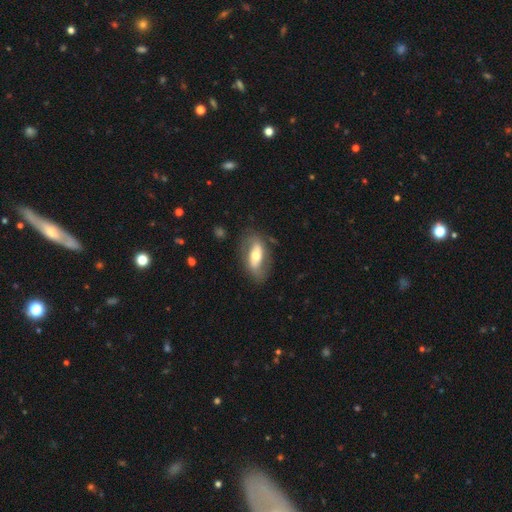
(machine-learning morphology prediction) Q: Smooth or featured?
A: featured or disk (55%); runner-up: smooth (39%)
Q: Edge-on disk?
A: no (85%); runner-up: yes (15%)
Q: Merging?
A: none (73%); runner-up: minor disturbance (18%)